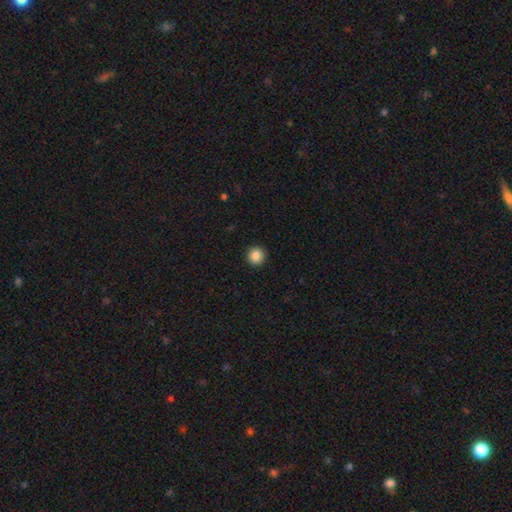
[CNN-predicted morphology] This is clearly a smooth galaxy (87%). How rounded: clearly round (95%). Merging: clearly none (93%).